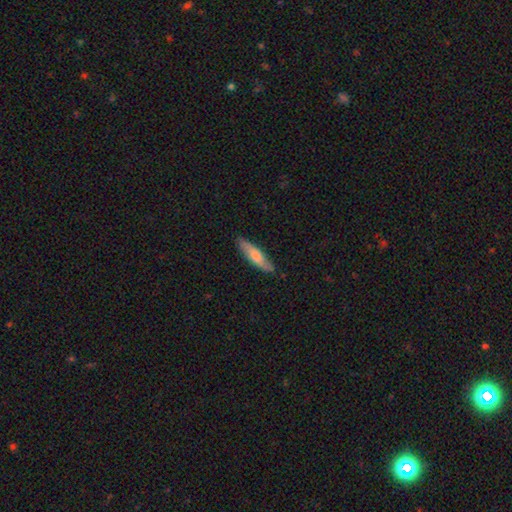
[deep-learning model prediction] Smooth or featured?
  - smooth: 64% *
  - featured or disk: 31%
  - star or artifact: 5%
How rounded?
  - cigar-shaped: 74% *
  - in between: 25%
  - round: 2%
Merging?
  - none: 85% *
  - minor disturbance: 12%
  - major disturbance: 2%
  - merger: 1%